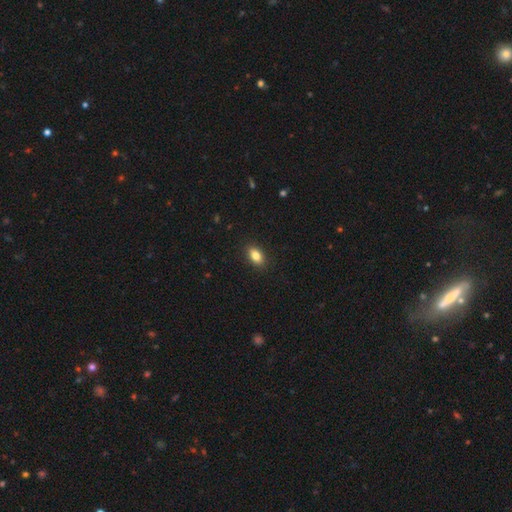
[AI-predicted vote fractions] A smooth galaxy with no disk features (84%) that is in between round and cigar-shaped (88%).

Vote fractions:
- Smooth or featured? smooth: 84% / star or artifact: 8% / featured or disk: 8%
- How rounded? in between: 88% / round: 9% / cigar-shaped: 3%
- Merging? none: 90% / minor disturbance: 8% / major disturbance: 2% / merger: 1%